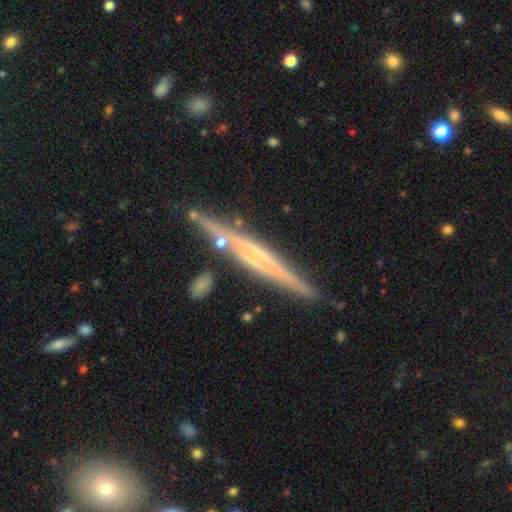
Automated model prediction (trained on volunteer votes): A featured or disk galaxy (73%) viewed edge-on (96%) with no central bulge (49%). Merging: none (81%).